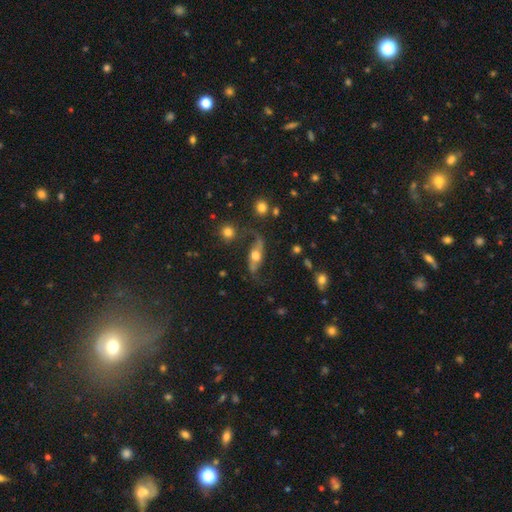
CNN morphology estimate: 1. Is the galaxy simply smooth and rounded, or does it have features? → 68% featured or disk, 24% smooth, 8% star or artifact.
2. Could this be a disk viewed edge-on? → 77% no, 23% yes.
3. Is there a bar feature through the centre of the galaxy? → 63% no, 26% weak, 11% strong.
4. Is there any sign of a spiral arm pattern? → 87% yes, 13% no.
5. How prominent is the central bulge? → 51% moderate, 32% large, 10% small, 4% dominant, 2% none.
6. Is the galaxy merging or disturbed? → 61% none, 19% minor disturbance, 14% major disturbance, 5% merger.